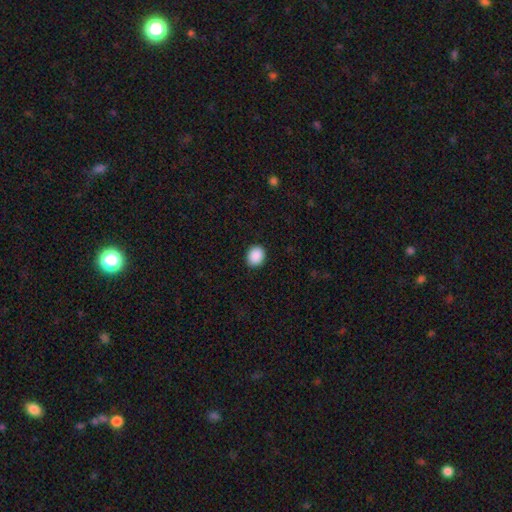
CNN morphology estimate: The model was most divided on "how rounded": round: 63%, in between: 36%, cigar-shaped: 1%. More confident: merging — none (91%); smooth or featured — smooth (90%).